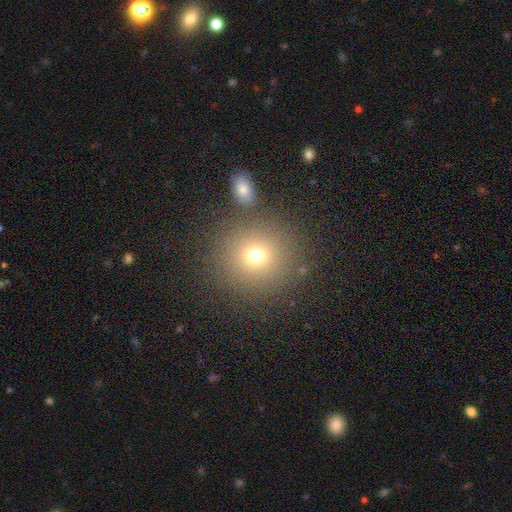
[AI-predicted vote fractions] Morphology: type=smooth (72%); roundness=round (92%); merging=none (82%).